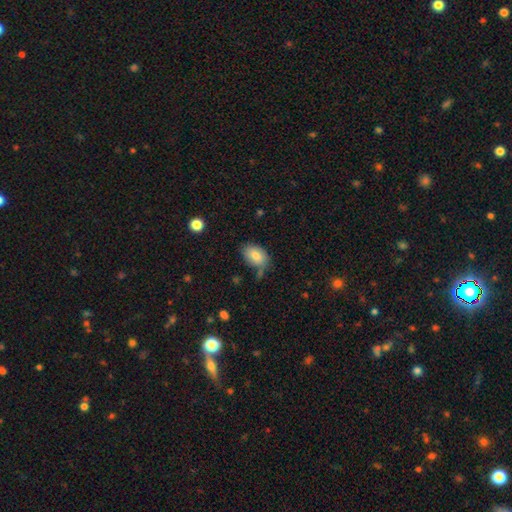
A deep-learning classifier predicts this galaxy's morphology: This is clearly a smooth galaxy (82%). How rounded: clearly in between (87%). Merging: likely none (67%).